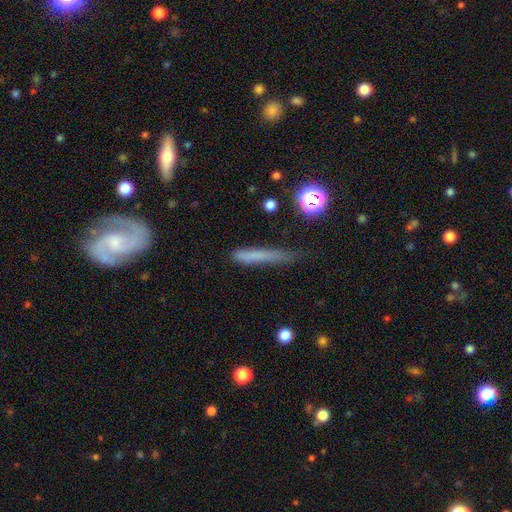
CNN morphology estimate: smooth-or-featured: smooth: 66% | featured or disk: 22% | star or artifact: 11%
  how-rounded: cigar-shaped: 93% | in between: 5% | round: 2%
  merging: none: 60% | minor disturbance: 27% | major disturbance: 9% | merger: 3%